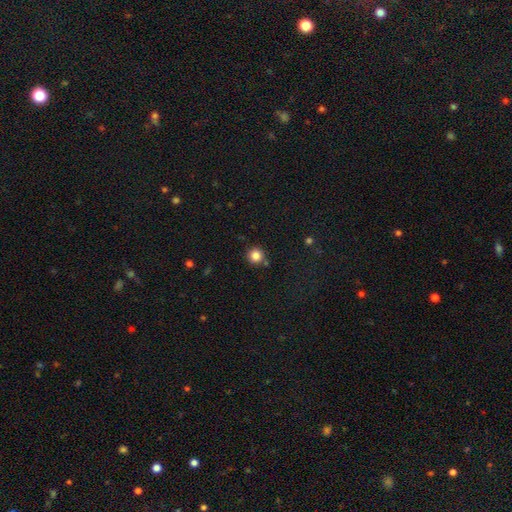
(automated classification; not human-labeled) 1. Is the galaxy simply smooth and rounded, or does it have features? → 84% smooth, 11% star or artifact, 5% featured or disk.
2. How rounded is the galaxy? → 95% round, 4% in between, 1% cigar-shaped.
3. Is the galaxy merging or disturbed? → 84% none, 8% minor disturbance, 6% merger, 2% major disturbance.